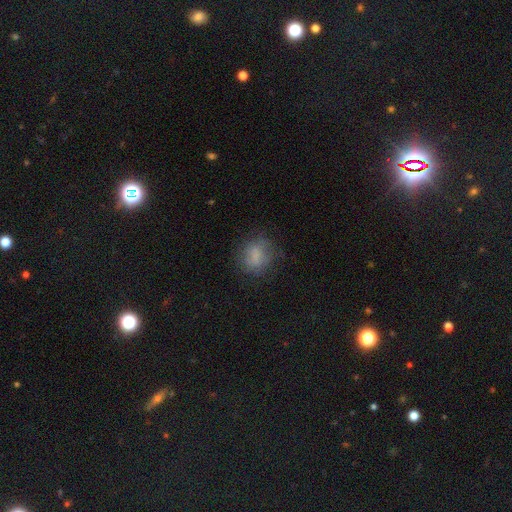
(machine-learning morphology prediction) Smooth or featured: smooth — 73% (featured or disk — 16%)
How rounded: round — 60% (in between — 38%)
Merging: none — 68% (minor disturbance — 20%)